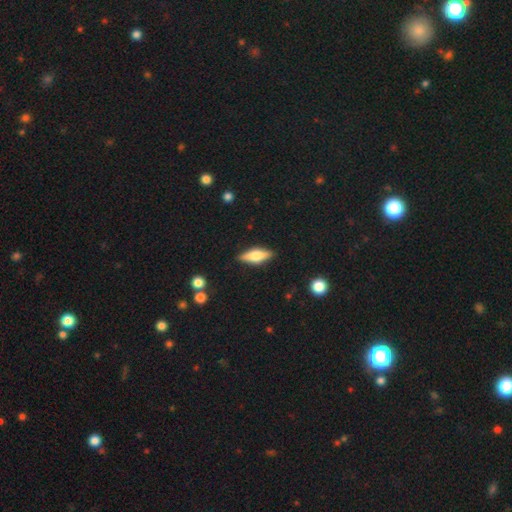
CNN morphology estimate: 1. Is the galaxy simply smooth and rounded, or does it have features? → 51% smooth, 43% featured or disk, 7% star or artifact.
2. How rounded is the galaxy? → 54% in between, 43% cigar-shaped, 3% round.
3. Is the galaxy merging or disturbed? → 87% none, 9% minor disturbance, 2% major disturbance, 1% merger.